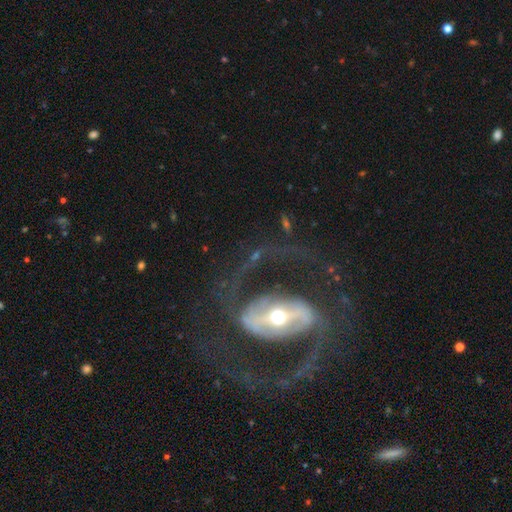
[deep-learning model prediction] Morphology: type=featured or disk (87%); edge-on=no (95%); bar=strong (50%); spiral arms=yes (84%); winding=medium (53%); arm count=2 (91%); bulge=moderate (55%); merging=none (77%).